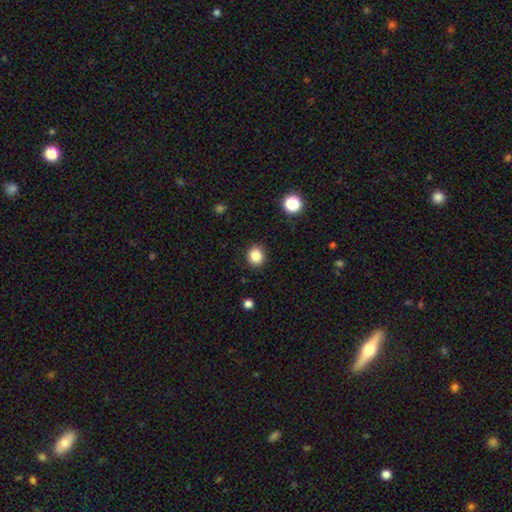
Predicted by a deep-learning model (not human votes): Overall: smooth (84%). How rounded: round (81%). Merging: none (91%).